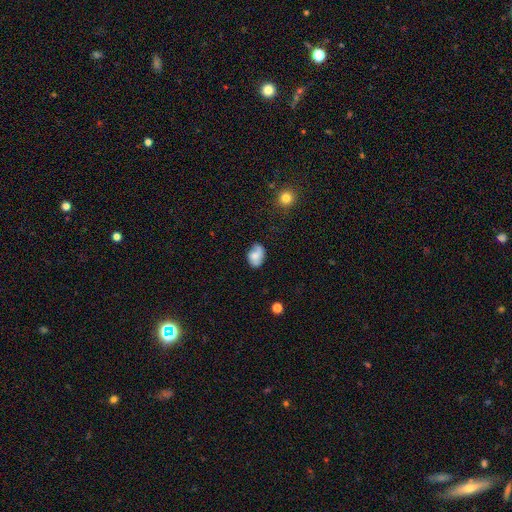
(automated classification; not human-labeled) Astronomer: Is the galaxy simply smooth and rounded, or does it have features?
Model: smooth — 61%.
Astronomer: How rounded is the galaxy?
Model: in between — 79%.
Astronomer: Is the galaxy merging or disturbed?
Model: none — 62%.